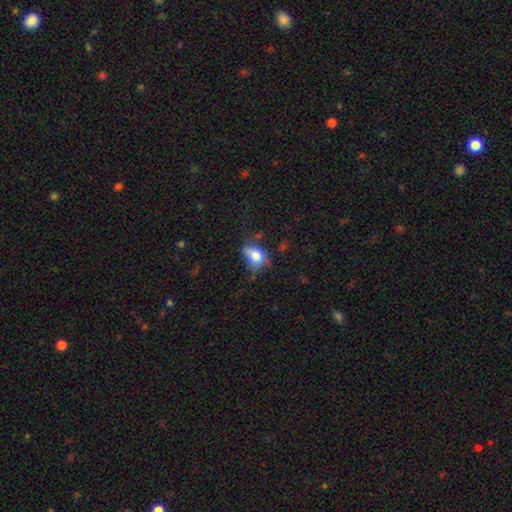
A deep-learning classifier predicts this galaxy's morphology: This appears to be a smooth galaxy with no disk features (70%) that is in between round and cigar-shaped (70%). Merging: none (40%).